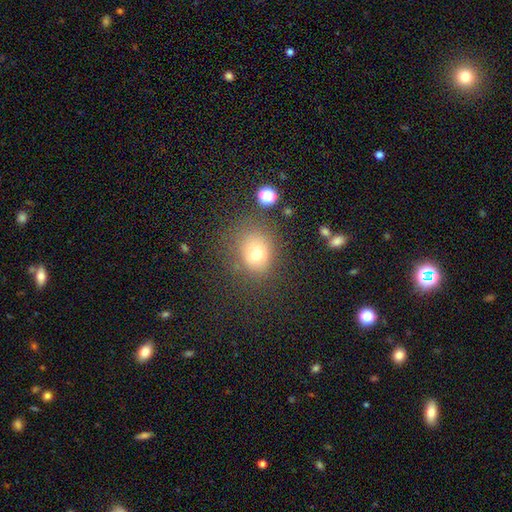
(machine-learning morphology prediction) smooth-or-featured: smooth: 72% | star or artifact: 15% | featured or disk: 12%
  how-rounded: round: 62% | in between: 37% | cigar-shaped: 1%
  merging: none: 65% | minor disturbance: 19% | major disturbance: 11% | merger: 5%